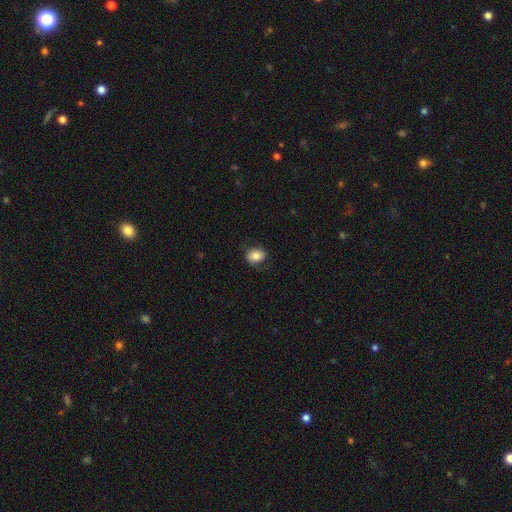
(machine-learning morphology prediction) smooth-or-featured: smooth: 71% | featured or disk: 20% | star or artifact: 9%
  how-rounded: round: 54% | in between: 45% | cigar-shaped: 1%
  merging: none: 72% | minor disturbance: 18% | major disturbance: 9% | merger: 1%